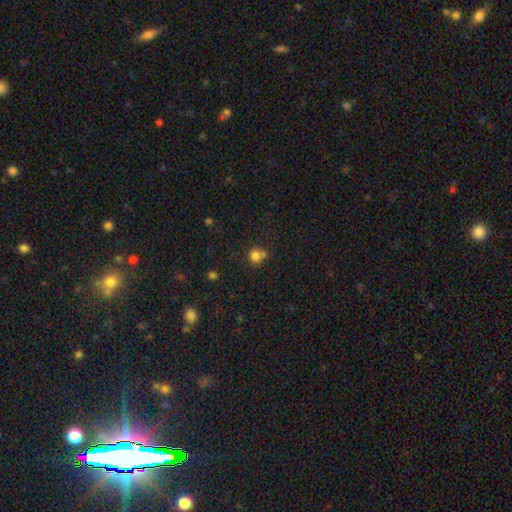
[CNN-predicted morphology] smooth 79%, star or artifact 13%, featured or disk 7%. Down the decision tree: how rounded — round (80%); merging — none (47%).